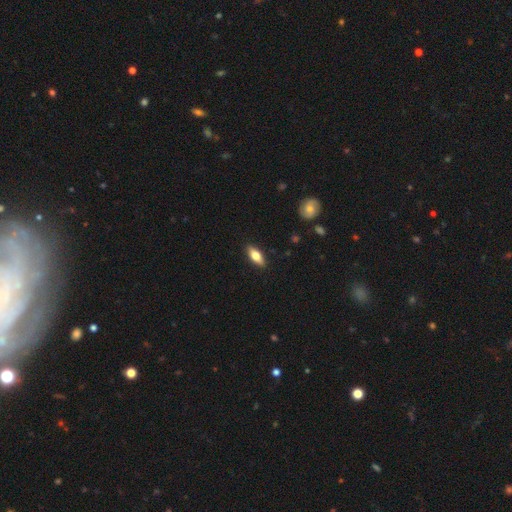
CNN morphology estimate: Smooth or featured?
  - smooth: 66% *
  - featured or disk: 28%
  - star or artifact: 6%
How rounded?
  - in between: 71% *
  - cigar-shaped: 26%
  - round: 3%
Merging?
  - none: 89% *
  - minor disturbance: 8%
  - major disturbance: 2%
  - merger: 1%